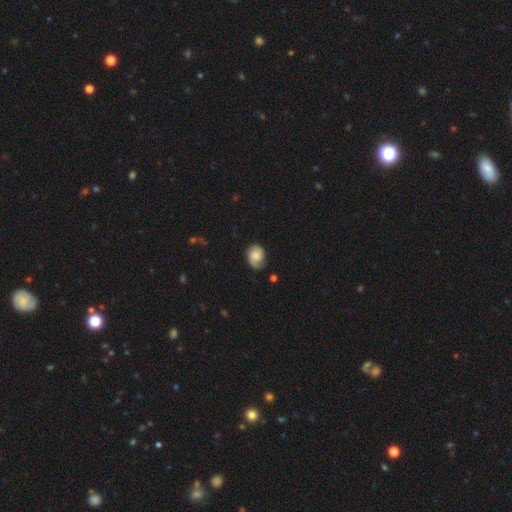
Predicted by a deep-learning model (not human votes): Smooth or featured: smooth — 60% (featured or disk — 32%)
How rounded: round — 50% (in between — 49%)
Merging: none — 63% (minor disturbance — 27%)